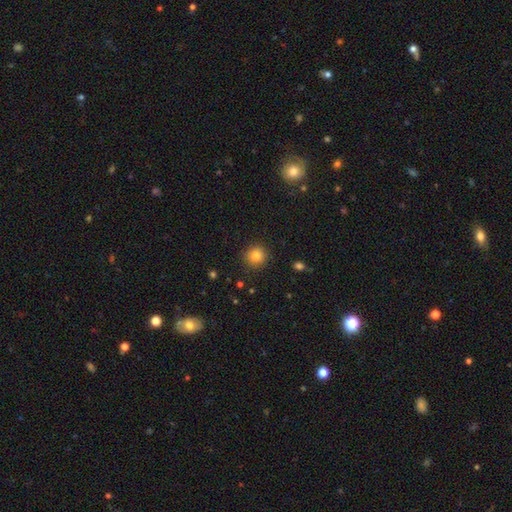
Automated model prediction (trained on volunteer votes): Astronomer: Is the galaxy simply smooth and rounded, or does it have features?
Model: smooth — 82%.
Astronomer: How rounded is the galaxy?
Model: round — 93%.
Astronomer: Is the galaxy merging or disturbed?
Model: none — 90%.